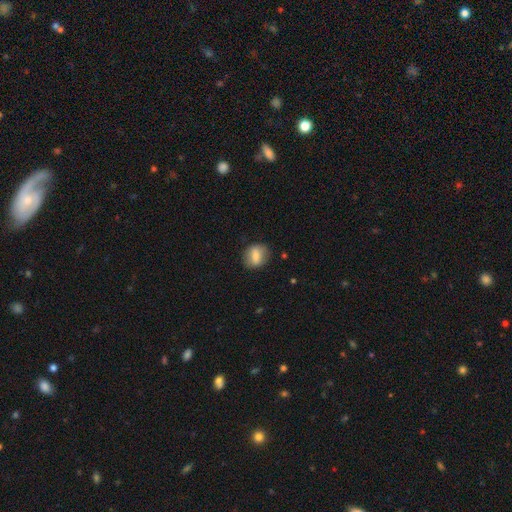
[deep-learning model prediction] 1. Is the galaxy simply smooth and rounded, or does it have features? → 71% smooth, 21% featured or disk, 8% star or artifact.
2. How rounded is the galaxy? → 49% round, 48% in between, 3% cigar-shaped.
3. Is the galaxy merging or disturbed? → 81% none, 14% minor disturbance, 4% major disturbance, 1% merger.